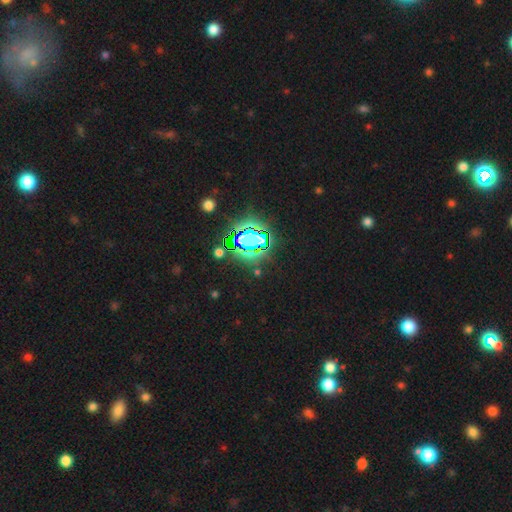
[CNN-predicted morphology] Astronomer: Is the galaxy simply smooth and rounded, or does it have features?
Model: star or artifact — 82%.